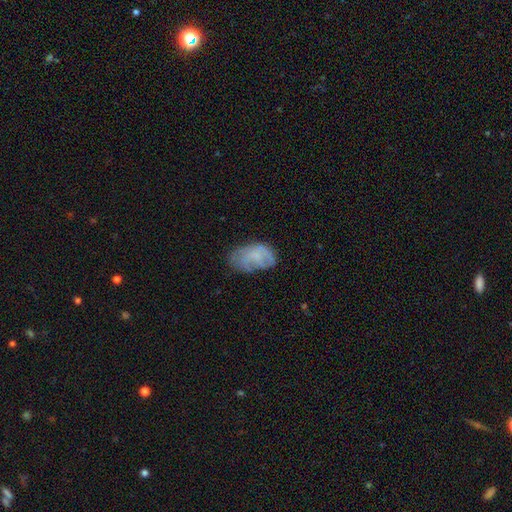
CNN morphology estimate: Smooth or featured: smooth — 56% (featured or disk — 35%)
How rounded: in between — 92% (round — 7%)
Merging: none — 52% (minor disturbance — 31%)